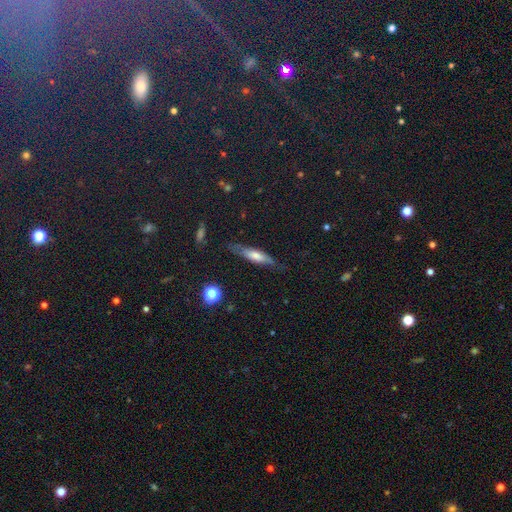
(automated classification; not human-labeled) A smooth galaxy with no disk features (49%). Merging: none (69%).